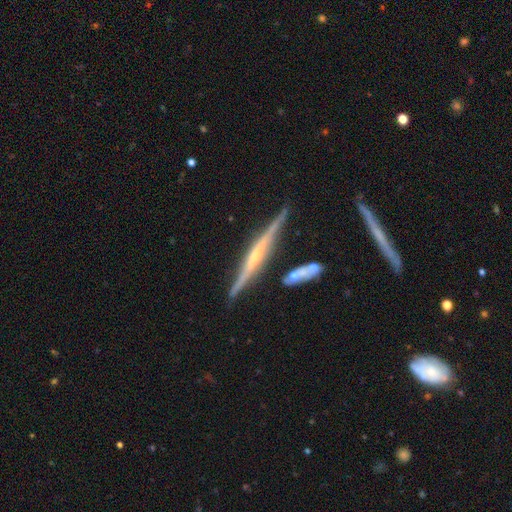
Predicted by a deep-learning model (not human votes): Smooth or featured: featured or disk — 79% (smooth — 15%)
Edge-on disk: yes — 96% (no — 4%)
Edge-on bulge: rounded — 46% (none — 35%)
Merging: none — 76% (minor disturbance — 15%)